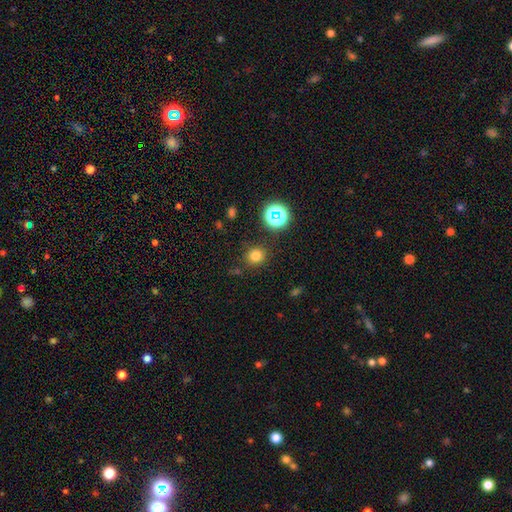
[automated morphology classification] Smooth or featured?
  - smooth: 76% *
  - star or artifact: 18%
  - featured or disk: 6%
How rounded?
  - round: 90% *
  - in between: 9%
  - cigar-shaped: 1%
Merging?
  - none: 86% *
  - minor disturbance: 8%
  - major disturbance: 3%
  - merger: 3%